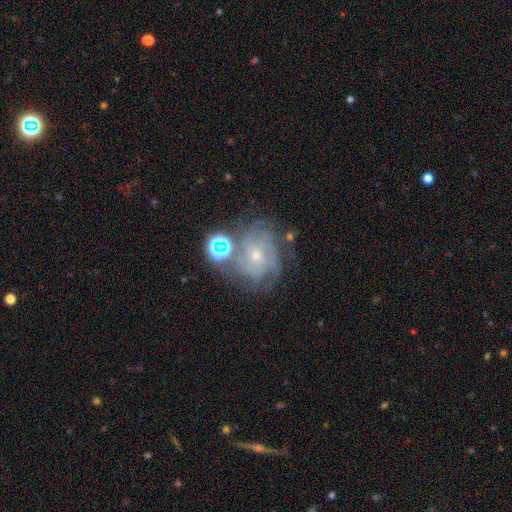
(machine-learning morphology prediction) smooth_or_featured: featured or disk (p=0.75) [alt: star or artifact p=0.14]
disk_edge_on: no (p=0.97) [alt: yes p=0.03]
bar: no (p=0.72) [alt: weak p=0.23]
has_spiral_arms: yes (p=0.93) [alt: no p=0.07]
spiral_winding: tight (p=0.61) [alt: medium p=0.31]
spiral_arm_count: can't tell (p=0.34) [alt: 4 p=0.23]
bulge_size: small (p=0.68) [alt: moderate p=0.27]
merging: none (p=0.61) [alt: minor disturbance p=0.18]